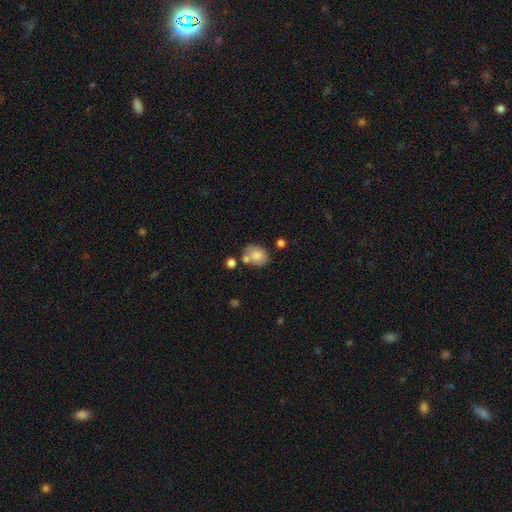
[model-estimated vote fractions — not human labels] smooth 78%, featured or disk 14%, star or artifact 9%. Down the decision tree: how rounded — in between (50%); merging — none (57%).